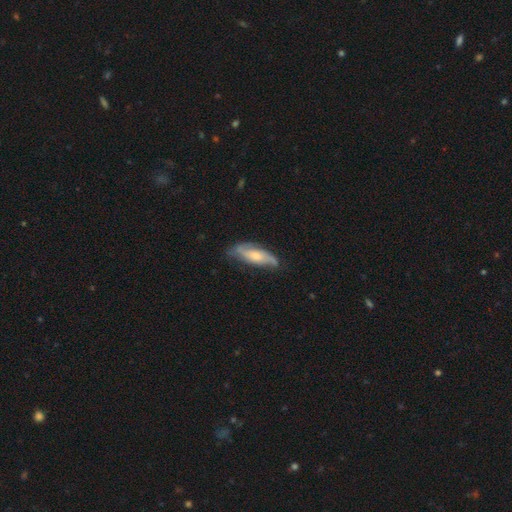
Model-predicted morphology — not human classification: featured or disk 65%, smooth 28%, star or artifact 6%. Down the decision tree: edge-on disk — no (81%); bar — no (63%); spiral arms — yes (90%); bulge size — moderate (46%); merging — none (69%).